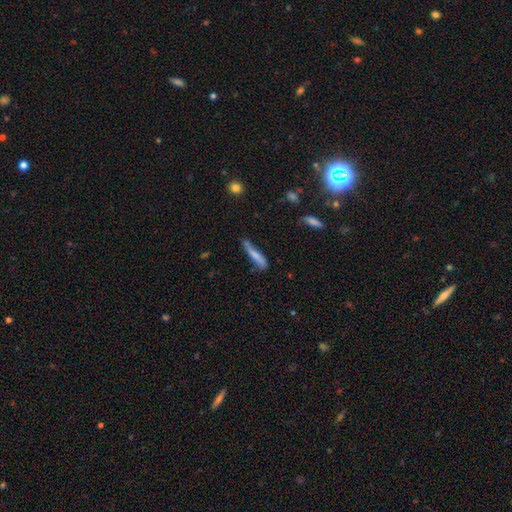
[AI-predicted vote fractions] This is likely a smooth galaxy (68%). How rounded: clearly cigar-shaped (88%). Merging: possibly none (54%).